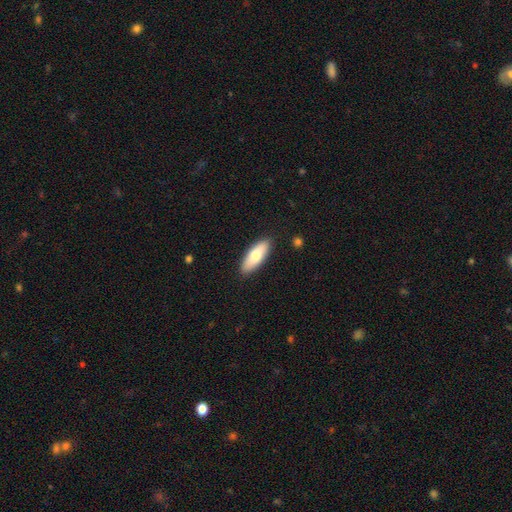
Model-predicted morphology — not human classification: Smooth or featured? smooth (72%)
How rounded? in between (69%)
Merging? none (89%)